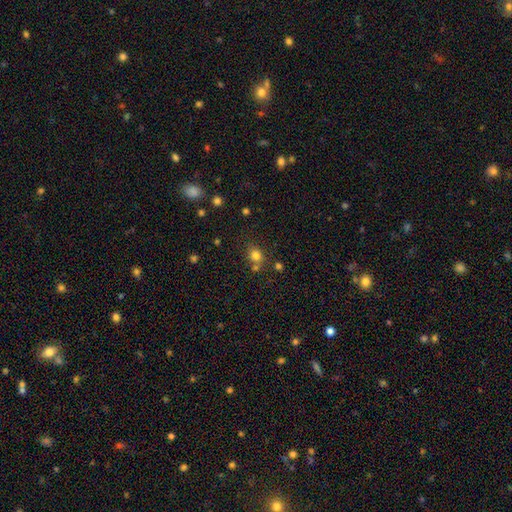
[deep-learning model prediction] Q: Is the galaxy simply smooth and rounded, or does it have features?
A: smooth — 78%.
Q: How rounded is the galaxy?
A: round — 69%.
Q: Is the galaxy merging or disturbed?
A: none — 64%.